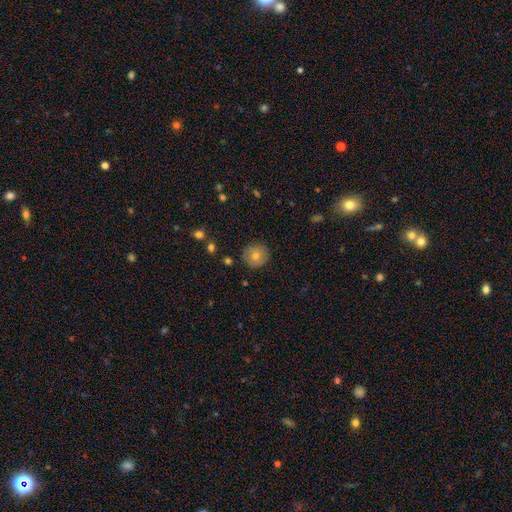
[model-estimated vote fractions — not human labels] A smooth galaxy with no disk features (75%) that is round (91%). Merging: none (87%).